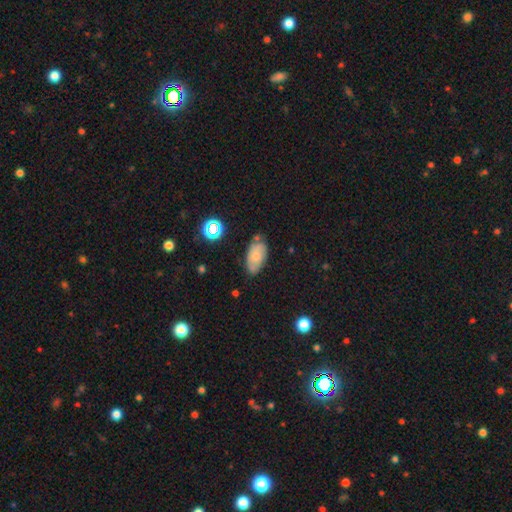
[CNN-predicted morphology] Overall: smooth (66%). How rounded: in between (92%). Merging: none (64%).